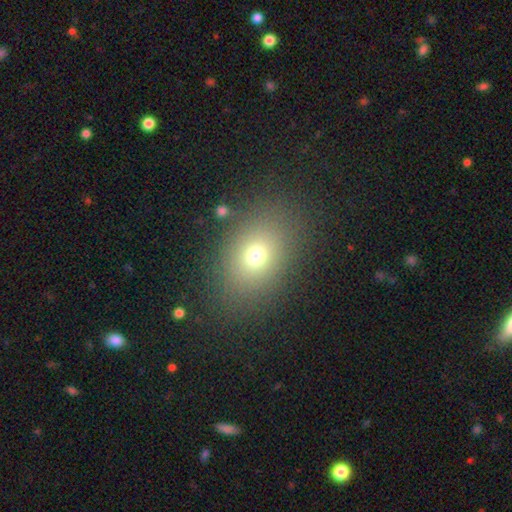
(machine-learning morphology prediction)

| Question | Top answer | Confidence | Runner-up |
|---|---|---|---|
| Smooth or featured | smooth | 71% | star or artifact (16%) |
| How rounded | in between | 67% | round (32%) |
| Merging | none | 83% | minor disturbance (10%) |